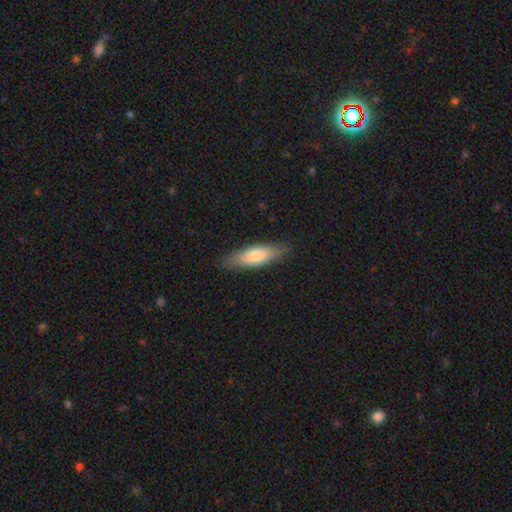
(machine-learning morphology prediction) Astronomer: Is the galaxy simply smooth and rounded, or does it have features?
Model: smooth — 74%.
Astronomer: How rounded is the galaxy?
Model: cigar-shaped — 49%, tied with in between at 49%.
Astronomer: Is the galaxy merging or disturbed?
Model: none — 85%.